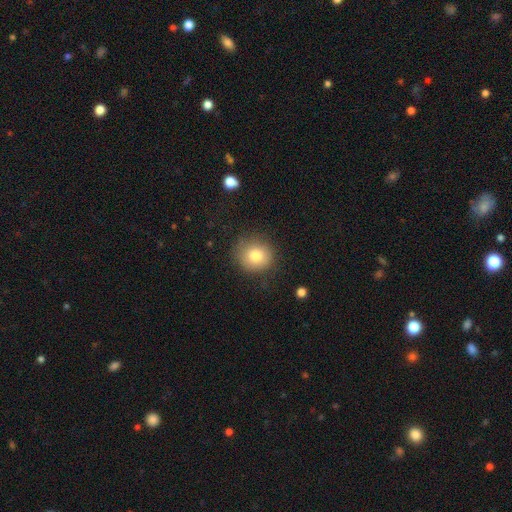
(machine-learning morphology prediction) Overall: smooth (81%). How rounded: round (84%). Merging: none (79%).